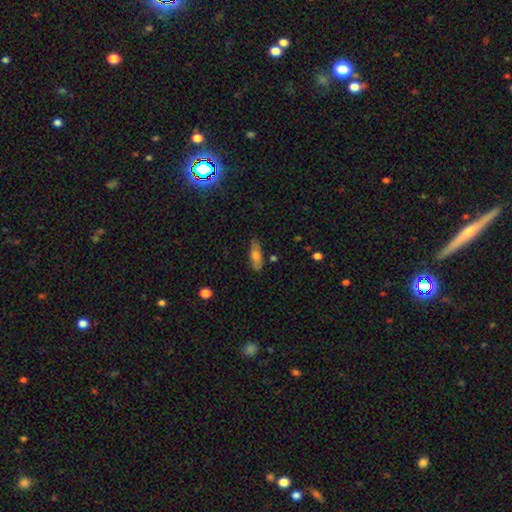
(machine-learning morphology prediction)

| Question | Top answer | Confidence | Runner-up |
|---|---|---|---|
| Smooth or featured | smooth | 69% | featured or disk (22%) |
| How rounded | in between | 62% | cigar-shaped (35%) |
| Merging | none | 80% | minor disturbance (15%) |